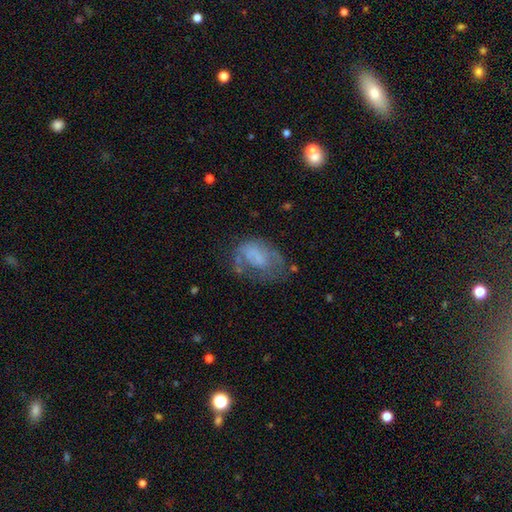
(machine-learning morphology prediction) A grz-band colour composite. It shows a featured or disk galaxy (48%). Merging: none (36%).